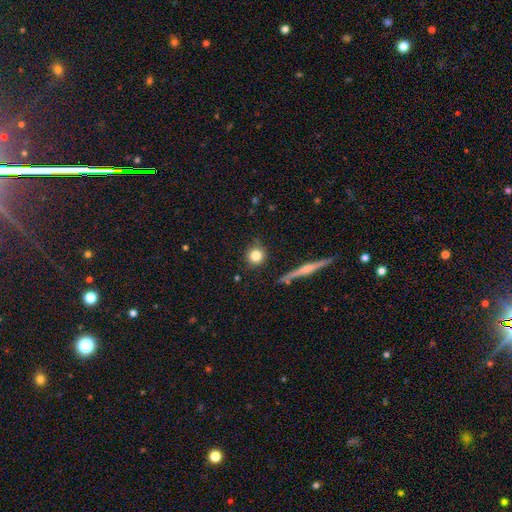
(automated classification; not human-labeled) A smooth galaxy with no disk features (79%) that is round (92%). Merging: none (85%).